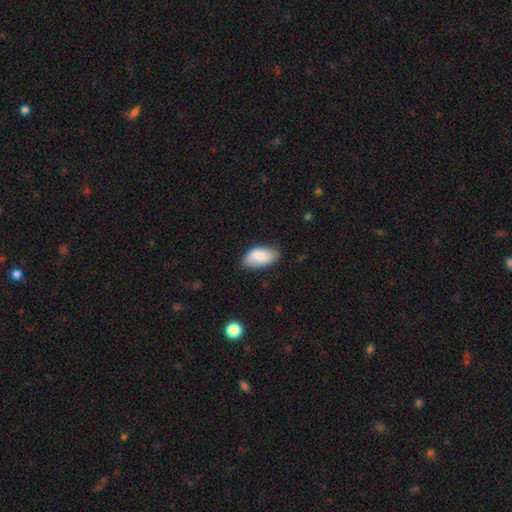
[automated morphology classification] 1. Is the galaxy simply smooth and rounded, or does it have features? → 72% smooth, 22% featured or disk, 7% star or artifact.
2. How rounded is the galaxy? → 94% in between, 3% round, 3% cigar-shaped.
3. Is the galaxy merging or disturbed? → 67% none, 26% minor disturbance, 5% major disturbance, 2% merger.